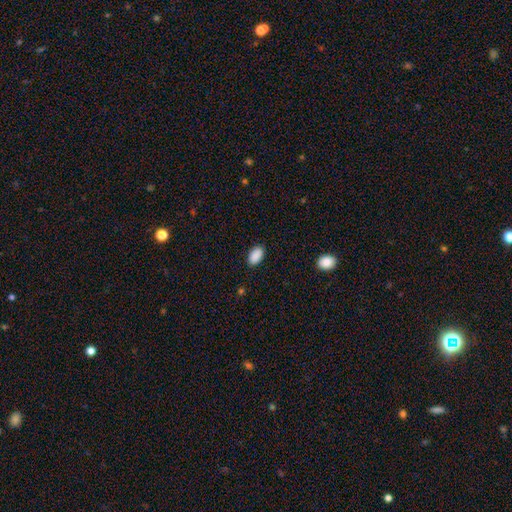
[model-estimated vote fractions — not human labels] Morphology: type=smooth (90%); roundness=in between (93%); merging=none (88%).